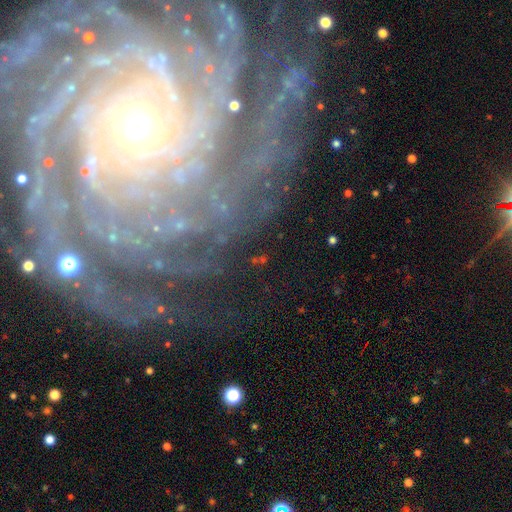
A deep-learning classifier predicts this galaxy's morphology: Q: Smooth or featured?
A: featured or disk (89%); runner-up: star or artifact (7%)
Q: Edge-on disk?
A: no (97%); runner-up: yes (3%)
Q: Bar?
A: no (65%); runner-up: weak (22%)
Q: Spiral arms?
A: yes (98%); runner-up: no (2%)
Q: Spiral winding?
A: tight (79%); runner-up: medium (17%)
Q: Spiral arm count?
A: more than 4 (38%); runner-up: can't tell (18%)
Q: Bulge size?
A: small (53%); runner-up: moderate (42%)
Q: Merging?
A: none (76%); runner-up: minor disturbance (14%)